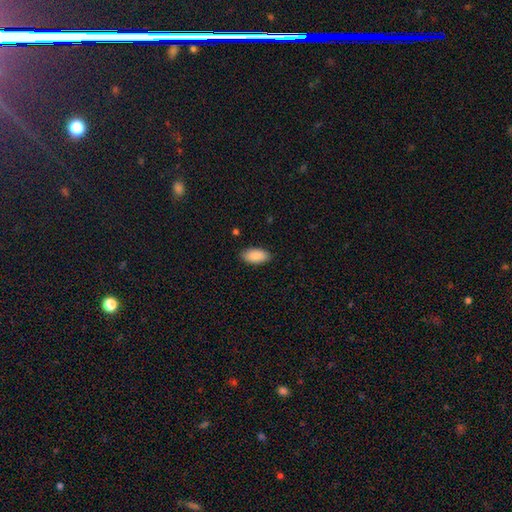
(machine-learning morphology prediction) Smooth or featured?
  - smooth: 90% *
  - star or artifact: 6%
  - featured or disk: 4%
How rounded?
  - in between: 93% *
  - cigar-shaped: 5%
  - round: 2%
Merging?
  - none: 87% *
  - minor disturbance: 10%
  - major disturbance: 2%
  - merger: 1%